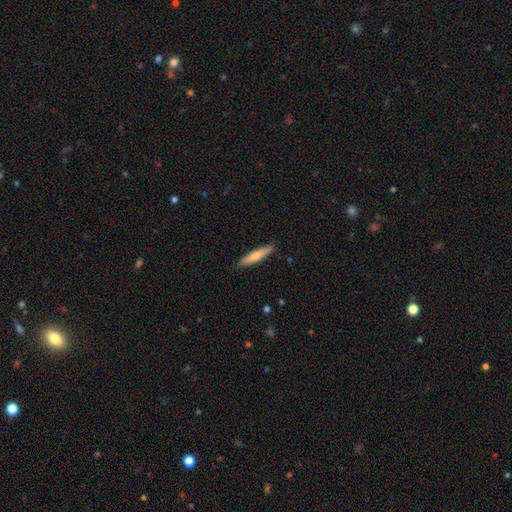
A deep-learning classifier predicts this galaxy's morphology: Q: Smooth or featured?
A: smooth (67%); runner-up: featured or disk (27%)
Q: How rounded?
A: cigar-shaped (89%); runner-up: in between (10%)
Q: Merging?
A: none (88%); runner-up: minor disturbance (9%)